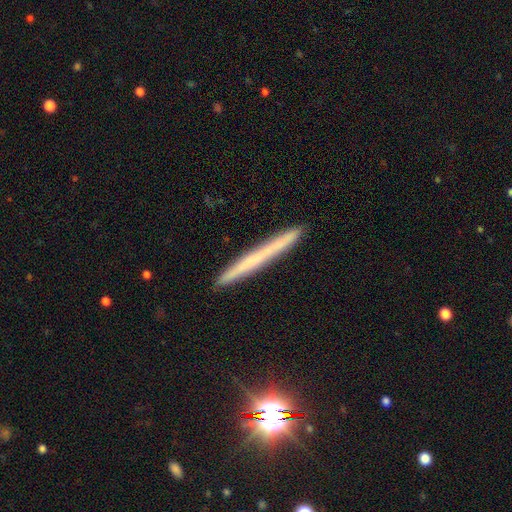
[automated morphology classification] Smooth or featured?
  - featured or disk: 47% *
  - smooth: 41%
  - star or artifact: 12%
Merging?
  - none: 88% *
  - minor disturbance: 9%
  - major disturbance: 2%
  - merger: 2%